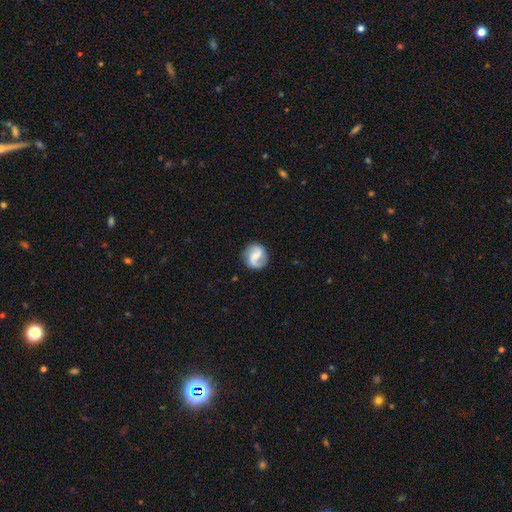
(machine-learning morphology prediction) Q: Smooth or featured?
A: featured or disk (74%); runner-up: smooth (20%)
Q: Edge-on disk?
A: no (98%); runner-up: yes (2%)
Q: Bar?
A: weak (48%); runner-up: strong (28%)
Q: Spiral arms?
A: yes (92%); runner-up: no (8%)
Q: Spiral winding?
A: loose (41%); tied with: medium (41%)
Q: Spiral arm count?
A: 2 (87%); runner-up: 1 (6%)
Q: Bulge size?
A: small (45%); runner-up: moderate (41%)
Q: Merging?
A: none (82%); runner-up: minor disturbance (12%)